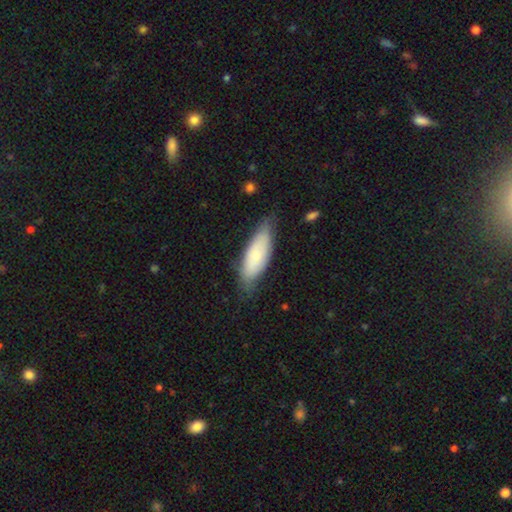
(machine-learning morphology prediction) Smooth or featured?
  - smooth: 76% *
  - featured or disk: 18%
  - star or artifact: 6%
How rounded?
  - in between: 64% *
  - cigar-shaped: 34%
  - round: 2%
Merging?
  - none: 66% *
  - minor disturbance: 27%
  - major disturbance: 5%
  - merger: 2%